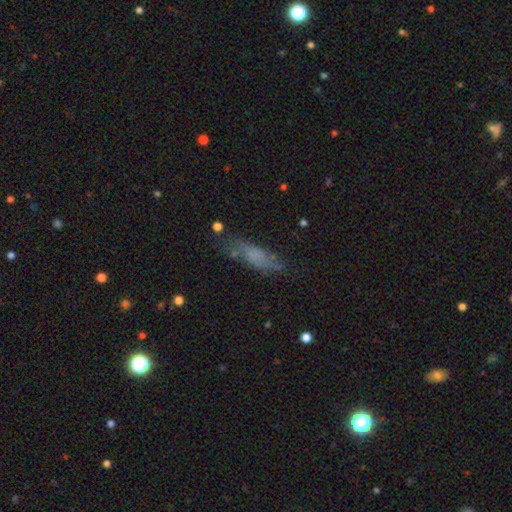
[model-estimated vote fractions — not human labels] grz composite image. It shows a smooth galaxy with no disk features (57%) that is cigar-shaped (52%). Merging: none (57%).